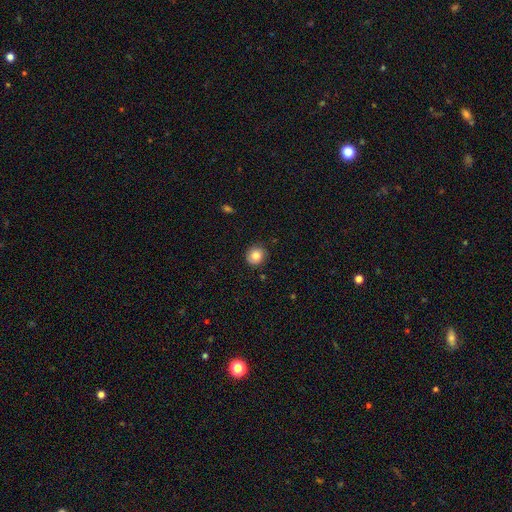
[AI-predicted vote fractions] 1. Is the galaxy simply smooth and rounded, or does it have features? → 82% smooth, 9% star or artifact, 9% featured or disk.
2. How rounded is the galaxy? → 86% round, 13% in between, 1% cigar-shaped.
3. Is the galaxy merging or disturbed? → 86% none, 10% minor disturbance, 2% major disturbance, 1% merger.